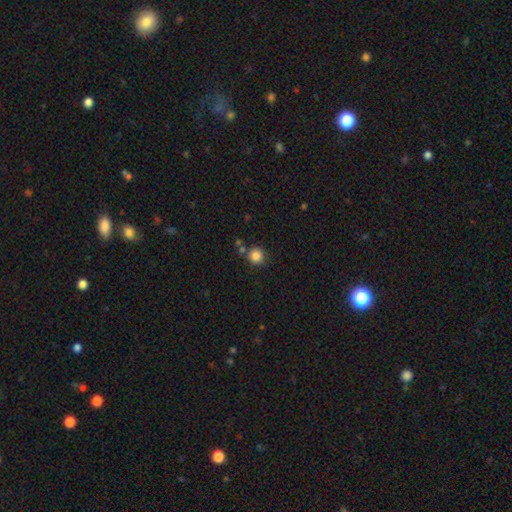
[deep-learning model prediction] This appears to be a smooth galaxy with no disk features (85%) that is round (93%). Merging: none (78%).